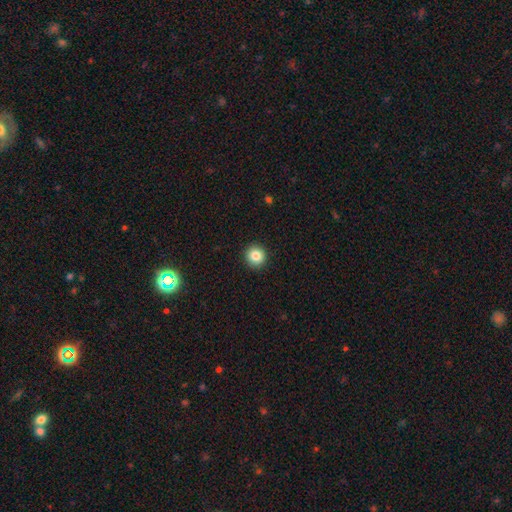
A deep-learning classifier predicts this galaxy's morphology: Q: Smooth or featured?
A: smooth (85%); runner-up: star or artifact (10%)
Q: How rounded?
A: round (94%); runner-up: in between (5%)
Q: Merging?
A: none (93%); runner-up: minor disturbance (5%)